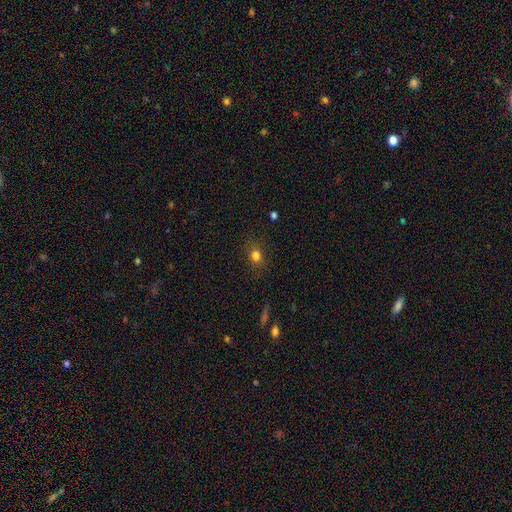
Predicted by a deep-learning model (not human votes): A smooth galaxy with no disk features (77%) that is round (57%). Merging: none (81%).